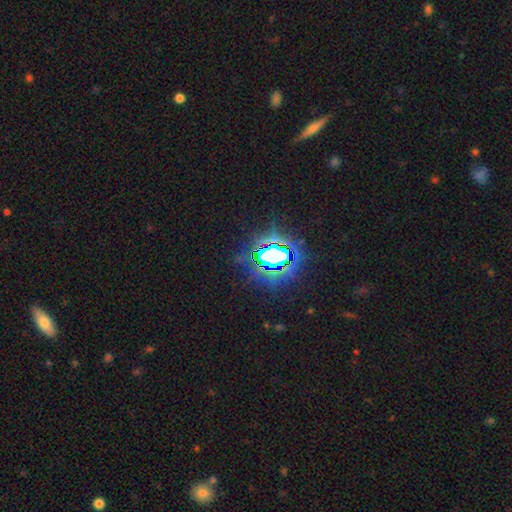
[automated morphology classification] type=star or artifact (81%).